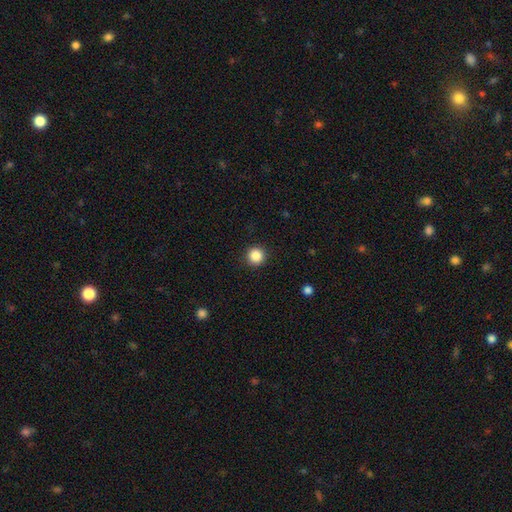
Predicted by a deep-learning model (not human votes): Smooth or featured? smooth (87%)
How rounded? round (95%)
Merging? none (92%)